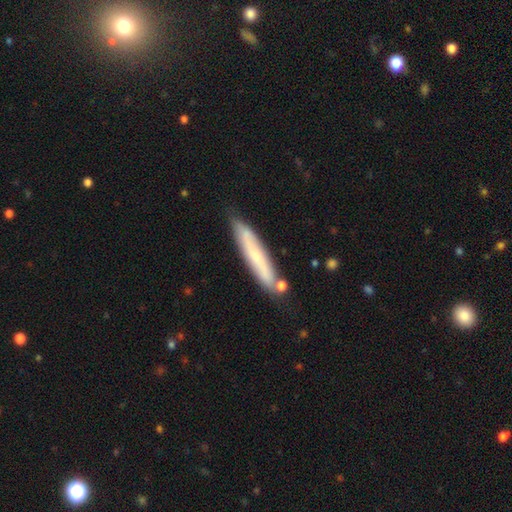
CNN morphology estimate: Smooth or featured? Predicted: smooth (p=0.53). How rounded? Predicted: cigar-shaped (p=0.90). Merging? Predicted: none (p=0.75).